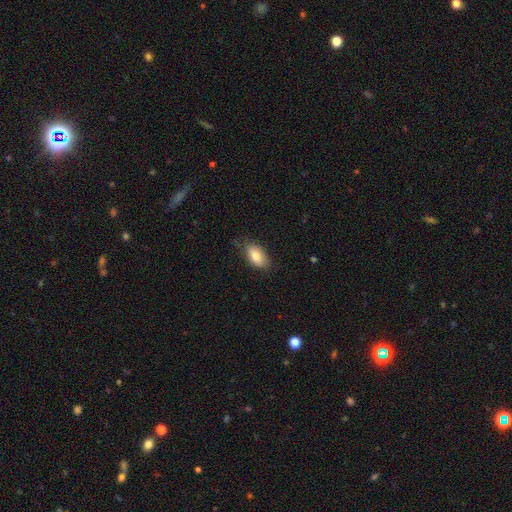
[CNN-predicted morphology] Smooth or featured? smooth (82%)
How rounded? in between (91%)
Merging? none (76%)